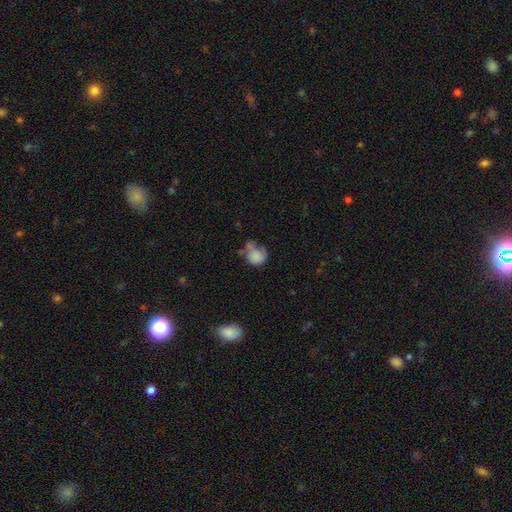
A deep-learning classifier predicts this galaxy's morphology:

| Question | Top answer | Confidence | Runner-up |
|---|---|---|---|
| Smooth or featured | smooth | 77% | featured or disk (14%) |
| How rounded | round | 65% | in between (34%) |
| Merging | none | 33% | minor disturbance (26%) |